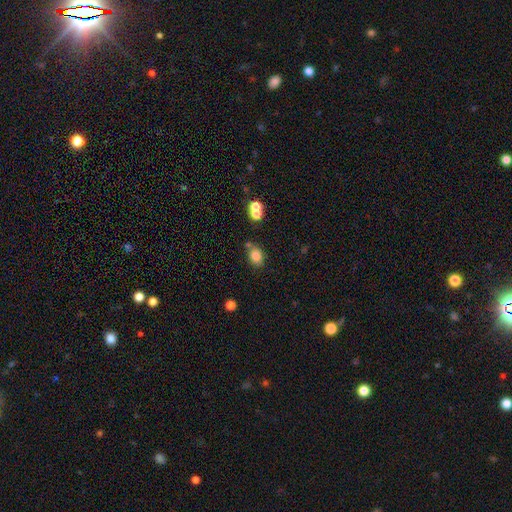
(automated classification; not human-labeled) Overall: smooth (81%). How rounded: in between (67%; round 32%). Merging: none (69%).